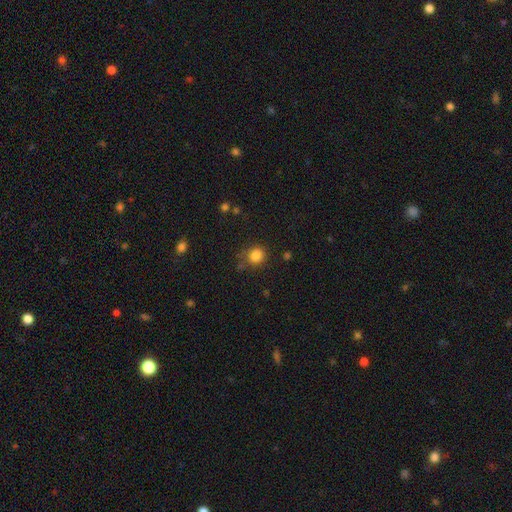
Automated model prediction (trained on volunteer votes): This is clearly a smooth galaxy (84%). How rounded: clearly round (80%). Merging: likely none (75%).